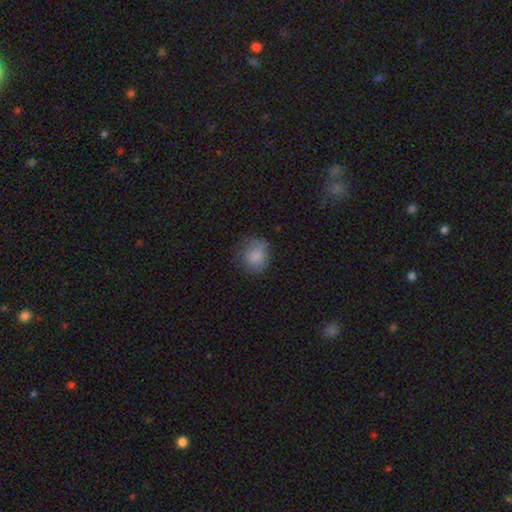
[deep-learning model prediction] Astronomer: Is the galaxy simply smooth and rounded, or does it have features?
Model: smooth — 83%.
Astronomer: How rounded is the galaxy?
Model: round — 73%.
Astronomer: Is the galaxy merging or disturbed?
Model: none — 69%.